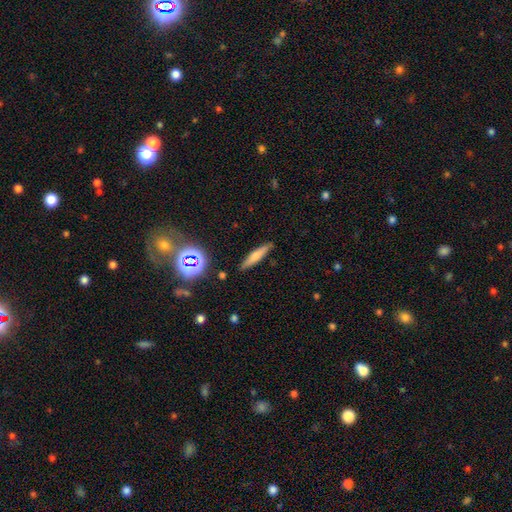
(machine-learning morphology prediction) Smooth or featured?
  - smooth: 55% *
  - featured or disk: 32%
  - star or artifact: 12%
How rounded?
  - cigar-shaped: 84% *
  - in between: 14%
  - round: 3%
Merging?
  - none: 88% *
  - minor disturbance: 9%
  - major disturbance: 2%
  - merger: 2%